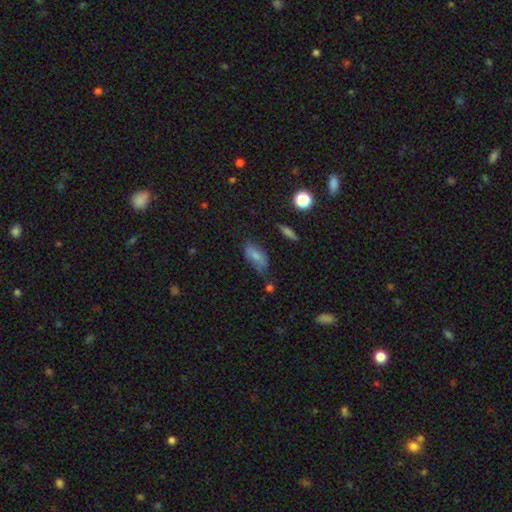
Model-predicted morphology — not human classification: Smooth or featured: smooth — 75% (featured or disk — 15%)
How rounded: in between — 85% (cigar-shaped — 11%)
Merging: none — 54% (minor disturbance — 31%)